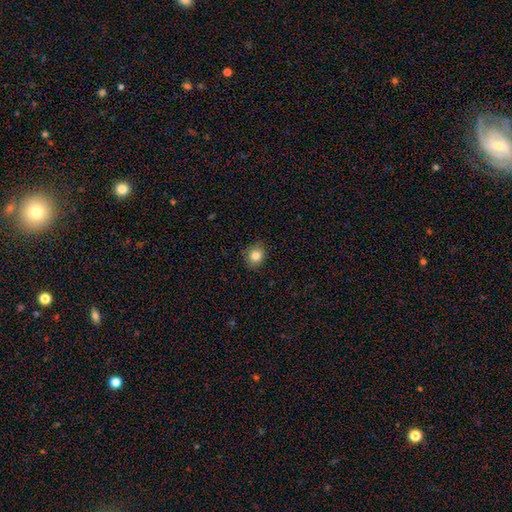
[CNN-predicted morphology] Smooth or featured? Predicted: smooth (p=0.83). How rounded? Predicted: round (p=0.67). Merging? Predicted: none (p=0.85).